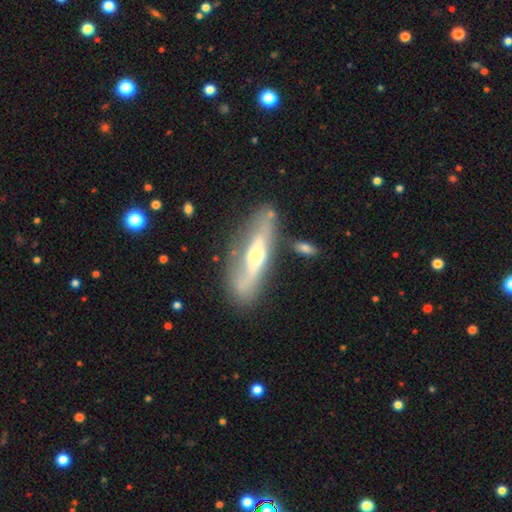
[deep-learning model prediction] Smooth or featured?
  - featured or disk: 66% *
  - smooth: 28%
  - star or artifact: 6%
Edge-on disk?
  - no: 57% *
  - yes: 43%
Merging?
  - none: 70% *
  - minor disturbance: 18%
  - major disturbance: 6%
  - merger: 5%